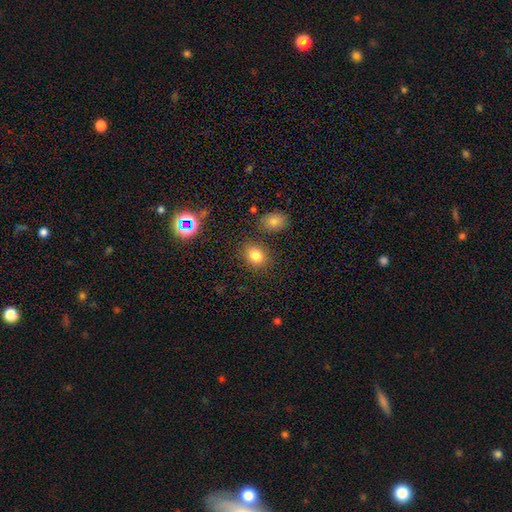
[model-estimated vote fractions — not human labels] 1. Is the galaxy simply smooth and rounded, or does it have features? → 80% smooth, 13% star or artifact, 7% featured or disk.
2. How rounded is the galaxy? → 50% in between, 49% round, 1% cigar-shaped.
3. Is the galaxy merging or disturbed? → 81% none, 10% minor disturbance, 5% merger, 3% major disturbance.